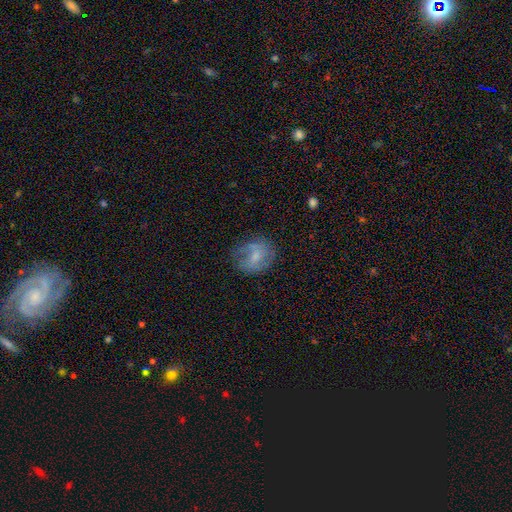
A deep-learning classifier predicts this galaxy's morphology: Smooth or featured: smooth — 52% (featured or disk — 40%)
How rounded: round — 51% (in between — 48%)
Merging: none — 61% (minor disturbance — 24%)